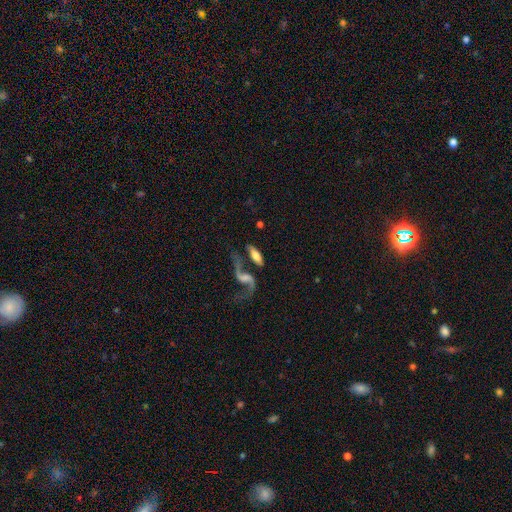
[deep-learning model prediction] This appears to be a featured or disk galaxy (48%). Merging: none (41%).